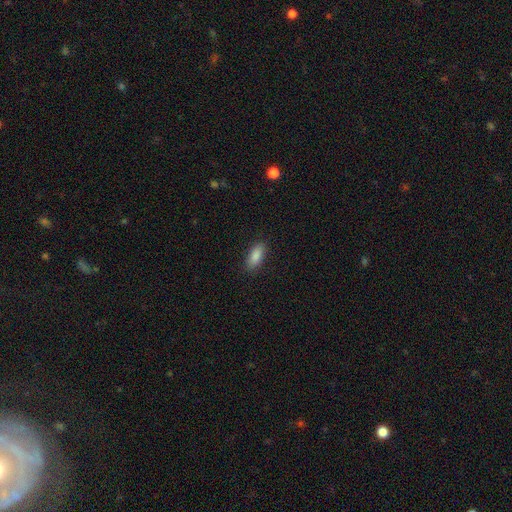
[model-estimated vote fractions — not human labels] Smooth or featured? smooth (87%)
How rounded? in between (83%)
Merging? none (87%)